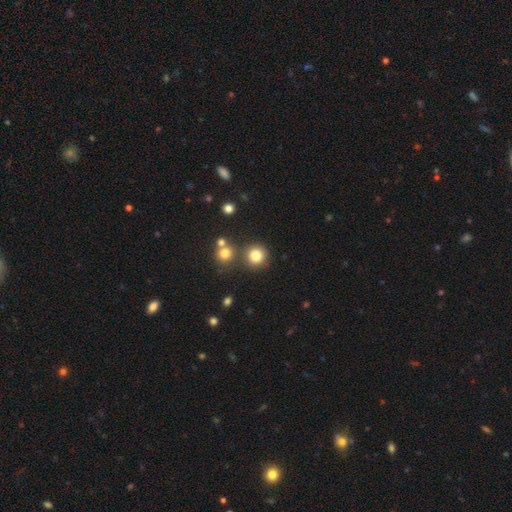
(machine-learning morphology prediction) smooth_or_featured: smooth (p=0.81) [alt: star or artifact p=0.12]
how_rounded: round (p=0.93) [alt: in between p=0.07]
merging: none (p=0.78) [alt: merger p=0.11]